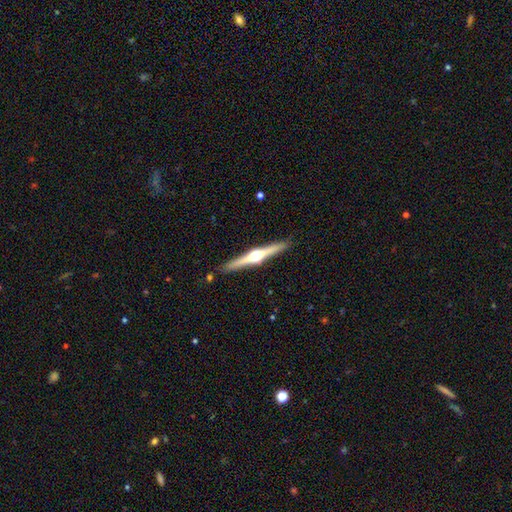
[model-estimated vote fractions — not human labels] featured or disk 81%, smooth 14%, star or artifact 5%. Down the decision tree: edge-on disk — yes (98%); edge-on bulge — rounded (96%); merging — none (91%).